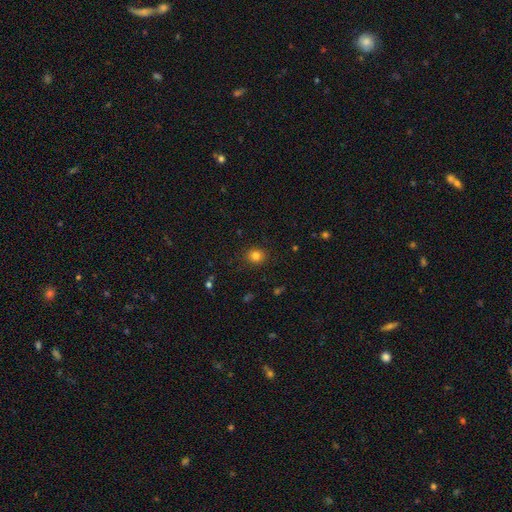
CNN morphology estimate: smooth-or-featured: smooth: 81% | star or artifact: 13% | featured or disk: 5%
  how-rounded: round: 74% | in between: 25% | cigar-shaped: 1%
  merging: none: 88% | minor disturbance: 8% | major disturbance: 3% | merger: 1%